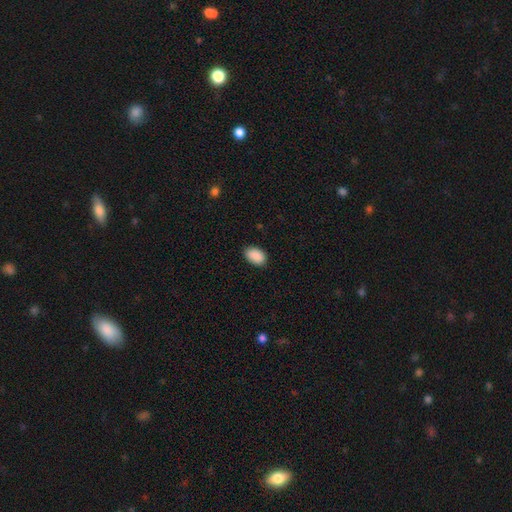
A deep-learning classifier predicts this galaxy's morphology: Smooth or featured? smooth (91%)
How rounded? in between (90%)
Merging? none (86%)